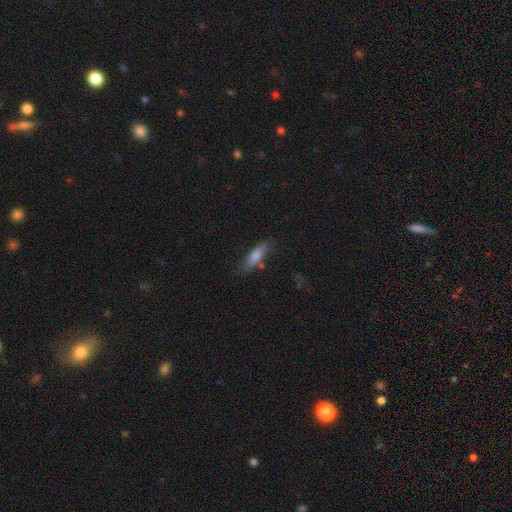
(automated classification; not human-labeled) Overall: smooth (69%). How rounded: cigar-shaped (66%; in between 31%). Merging: none (71%).